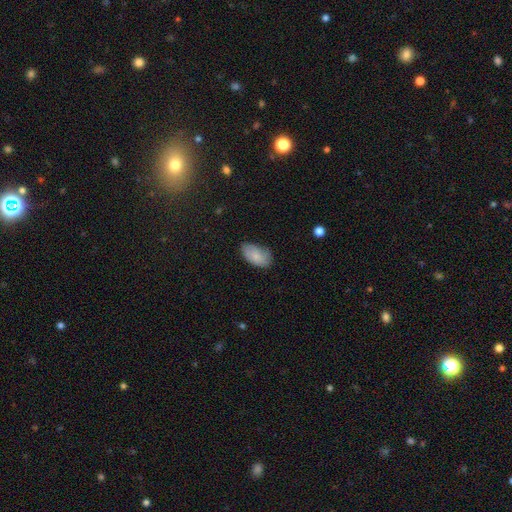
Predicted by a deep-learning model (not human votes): smooth_or_featured: smooth (p=0.82) [alt: featured or disk p=0.11]
how_rounded: in between (p=0.94) [alt: round p=0.04]
merging: none (p=0.67) [alt: minor disturbance p=0.27]